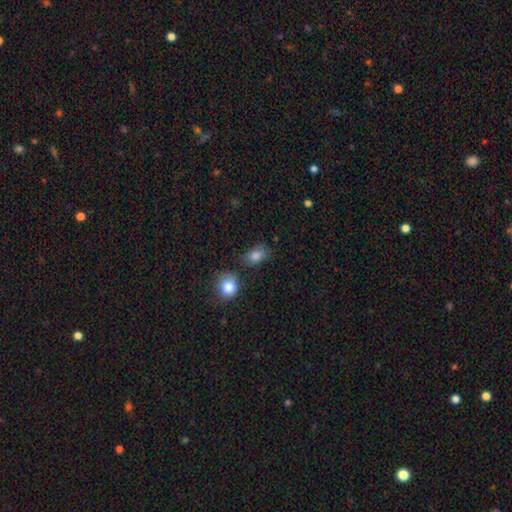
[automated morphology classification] Smooth or featured: smooth — 83% (star or artifact — 10%)
How rounded: in between — 82% (round — 16%)
Merging: none — 65% (minor disturbance — 21%)